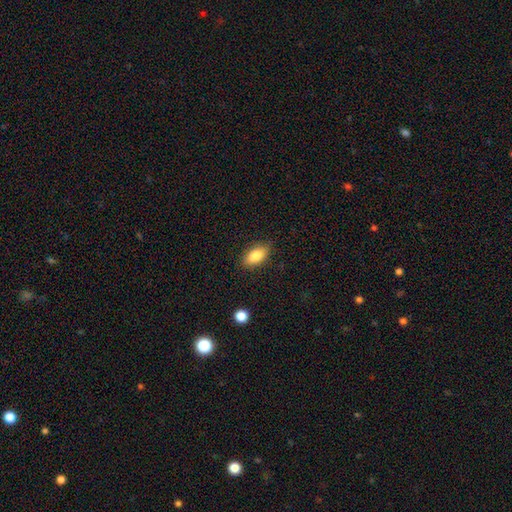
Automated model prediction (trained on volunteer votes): Smooth or featured? Predicted: smooth (p=0.82). How rounded? Predicted: in between (p=0.89). Merging? Predicted: none (p=0.84).